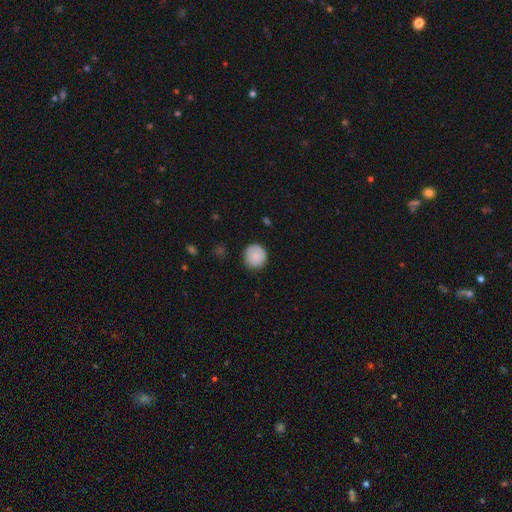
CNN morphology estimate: Smooth or featured? Predicted: smooth (p=0.84). How rounded? Predicted: round (p=0.92). Merging? Predicted: none (p=0.86).